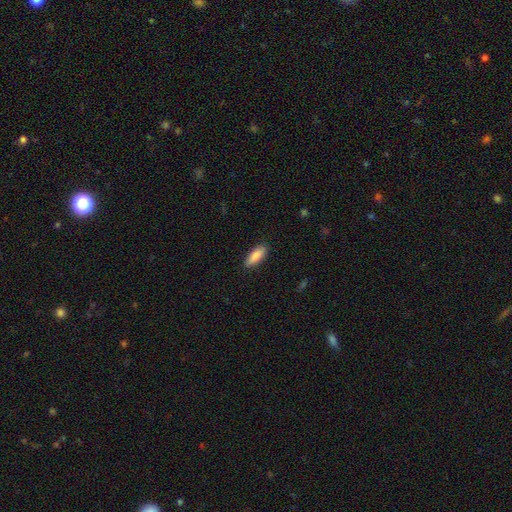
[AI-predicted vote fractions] This appears to be a smooth galaxy with no disk features (86%) that is in between round and cigar-shaped (67%). Merging: none (86%).